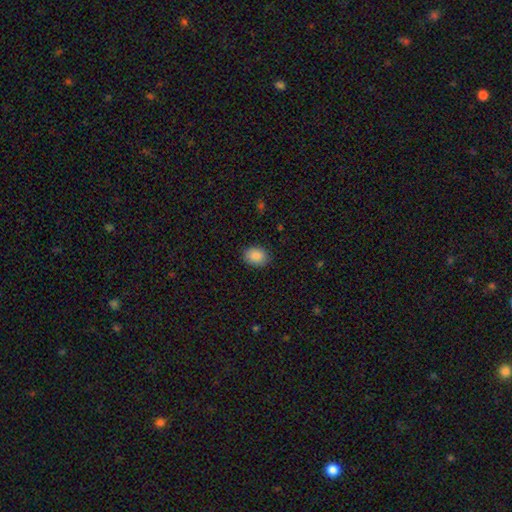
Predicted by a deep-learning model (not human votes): Overall: smooth (88%). How rounded: in between (54%; round 45%). Merging: none (87%).